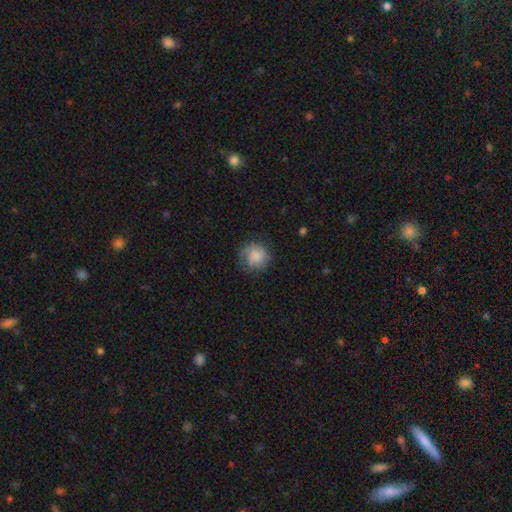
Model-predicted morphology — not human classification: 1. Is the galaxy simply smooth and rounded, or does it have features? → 78% smooth, 14% featured or disk, 8% star or artifact.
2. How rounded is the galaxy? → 89% round, 10% in between, 1% cigar-shaped.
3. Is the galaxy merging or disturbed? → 68% none, 22% minor disturbance, 9% major disturbance, 1% merger.